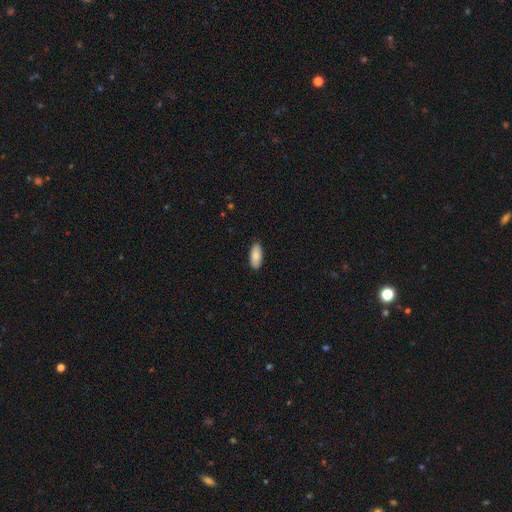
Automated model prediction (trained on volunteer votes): The model was most divided on "smooth or featured": smooth: 85%, featured or disk: 9%, star or artifact: 6%. More confident: how rounded — in between (90%); merging — none (89%).